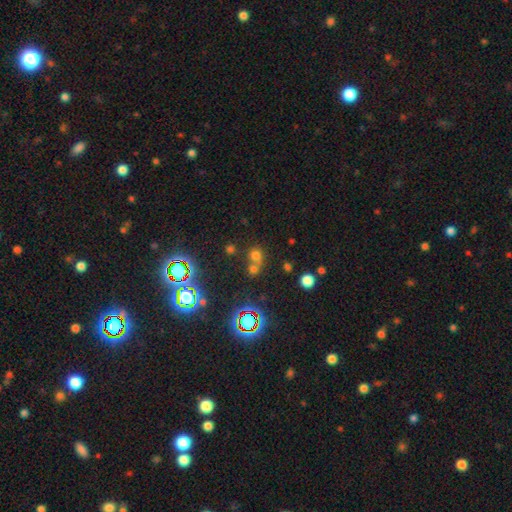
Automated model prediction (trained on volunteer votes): Overall: smooth (56%; star or artifact 33%). How rounded: round (82%). Merging: merger (48%; none 42%).